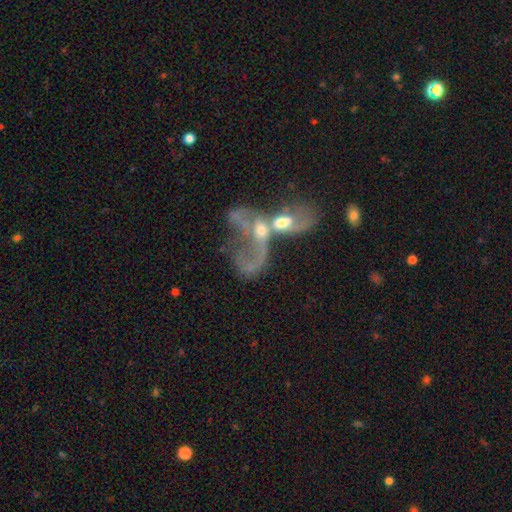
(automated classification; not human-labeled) Smooth or featured?
  - featured or disk: 62% *
  - smooth: 23%
  - star or artifact: 14%
Edge-on disk?
  - no: 93% *
  - yes: 7%
Bar?
  - no: 76% *
  - weak: 18%
  - strong: 6%
Spiral arms?
  - no: 59% *
  - yes: 41%
Bulge size?
  - moderate: 45% *
  - small: 32%
  - none: 15%
  - large: 6%
  - dominant: 2%
Merging?
  - merger: 70% *
  - major disturbance: 18%
  - none: 8%
  - minor disturbance: 4%